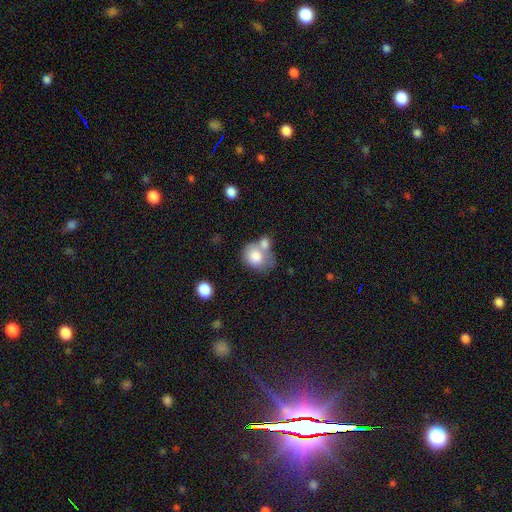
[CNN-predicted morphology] Overall: smooth (78%). How rounded: round (57%; in between 42%). Merging: merger (51%; none 27%).